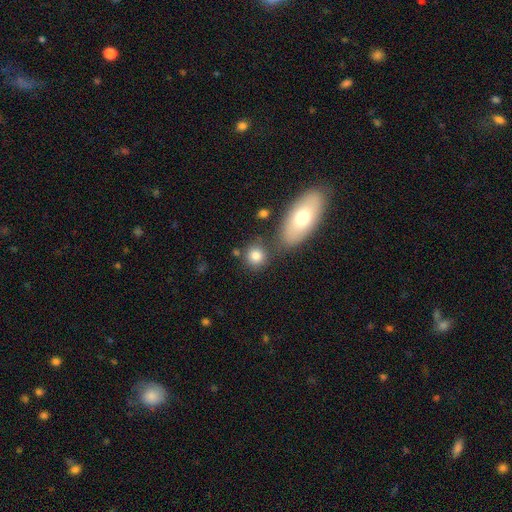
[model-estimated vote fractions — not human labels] The model was most divided on "merging": none: 69%, merger: 16%, minor disturbance: 11%, major disturbance: 4%. More confident: how rounded — round (82%); smooth or featured — smooth (80%).